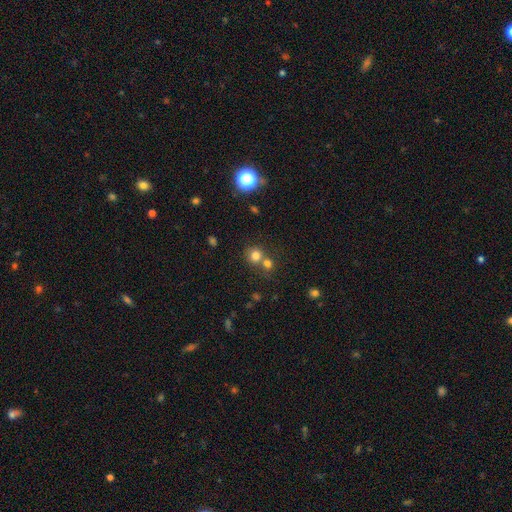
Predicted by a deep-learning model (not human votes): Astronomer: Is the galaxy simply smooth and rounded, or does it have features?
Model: smooth — 76%.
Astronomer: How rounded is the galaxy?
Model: round — 87%.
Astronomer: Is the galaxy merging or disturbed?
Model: none — 51% (runner-up: merger, 39%).